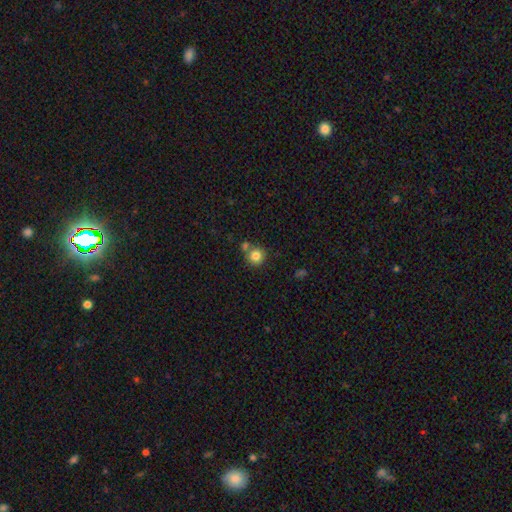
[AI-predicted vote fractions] Smooth or featured? Predicted: smooth (p=0.83). How rounded? Predicted: round (p=0.92). Merging? Predicted: none (p=0.66).